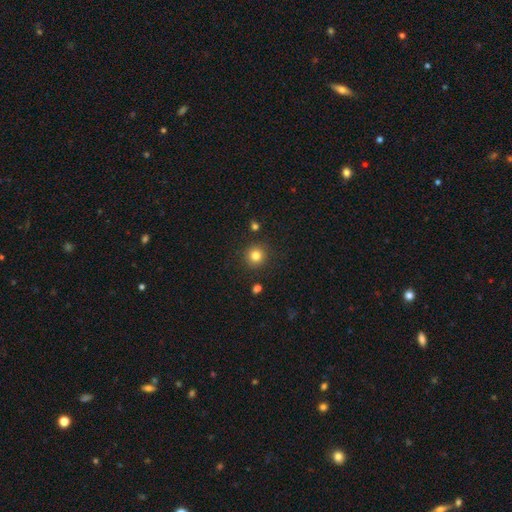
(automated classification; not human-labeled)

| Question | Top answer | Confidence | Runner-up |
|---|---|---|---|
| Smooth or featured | smooth | 81% | star or artifact (13%) |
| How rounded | round | 93% | in between (6%) |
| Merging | none | 90% | minor disturbance (6%) |